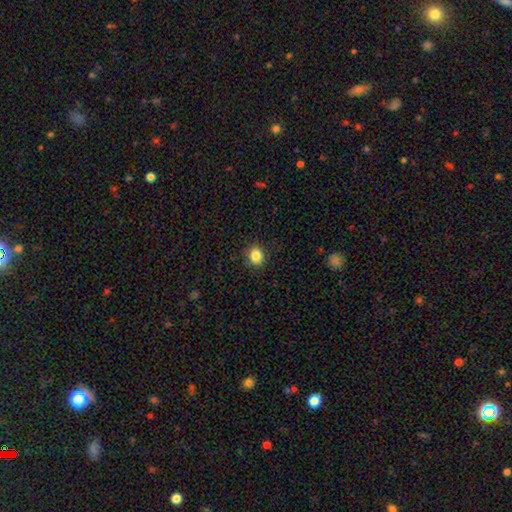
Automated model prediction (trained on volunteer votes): smooth-or-featured: smooth: 85% | star or artifact: 11% | featured or disk: 4%
  how-rounded: round: 74% | in between: 25% | cigar-shaped: 1%
  merging: none: 89% | minor disturbance: 7% | major disturbance: 2% | merger: 1%